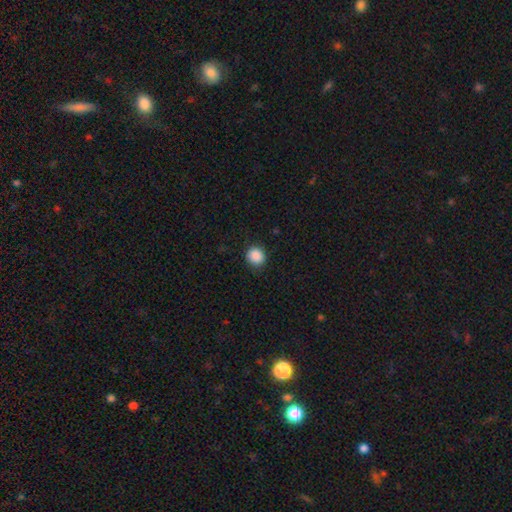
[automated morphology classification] Smooth or featured: smooth — 88% (star or artifact — 9%)
How rounded: round — 86% (in between — 14%)
Merging: none — 87% (minor disturbance — 9%)